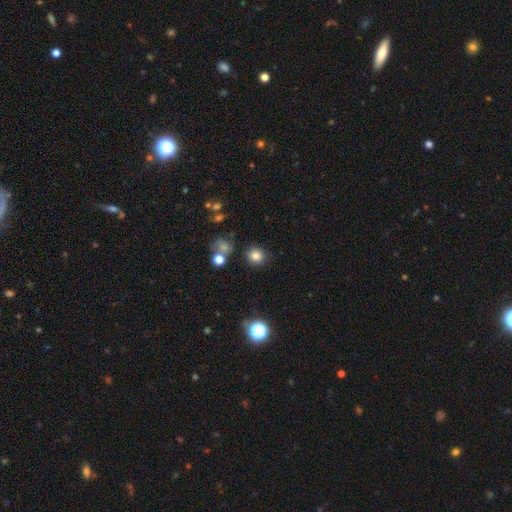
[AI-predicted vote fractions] The model was most divided on "smooth or featured": smooth: 81%, star or artifact: 13%, featured or disk: 6%. More confident: how rounded — round (88%); merging — none (85%).